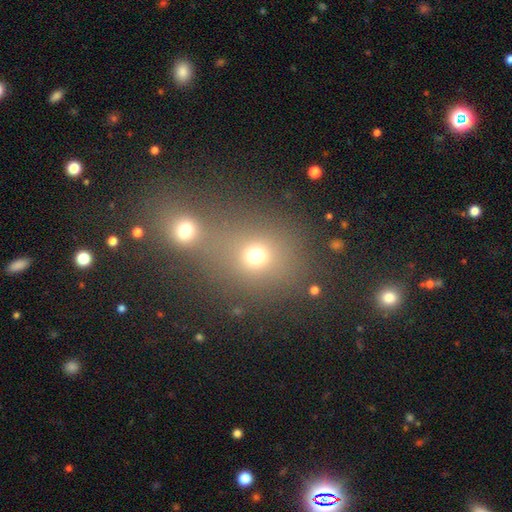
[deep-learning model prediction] This is likely a smooth galaxy (70%). How rounded: likely round (73%). Merging: marginally none (44%).